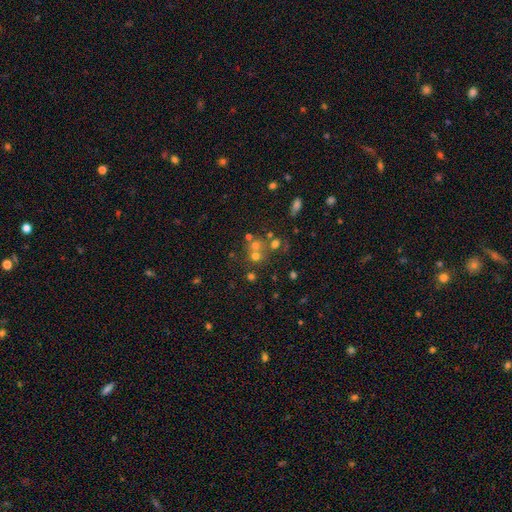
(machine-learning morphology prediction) Overall: smooth (58%; star or artifact 26%). How rounded: round (87%). Merging: none (50%; merger 38%).